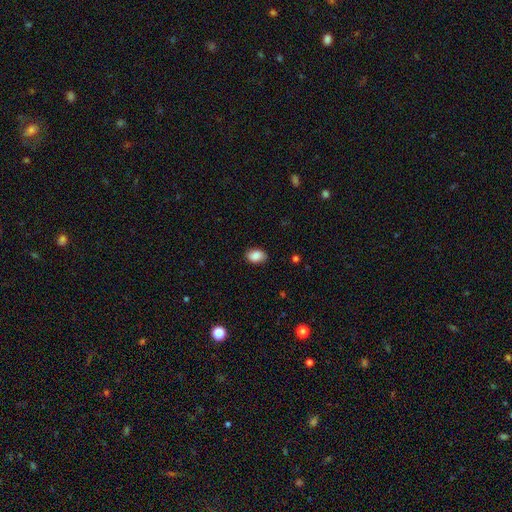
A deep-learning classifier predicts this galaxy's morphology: Smooth or featured?
  - smooth: 87% *
  - star or artifact: 8%
  - featured or disk: 5%
How rounded?
  - in between: 84% *
  - round: 15%
  - cigar-shaped: 1%
Merging?
  - none: 85% *
  - minor disturbance: 12%
  - major disturbance: 2%
  - merger: 1%